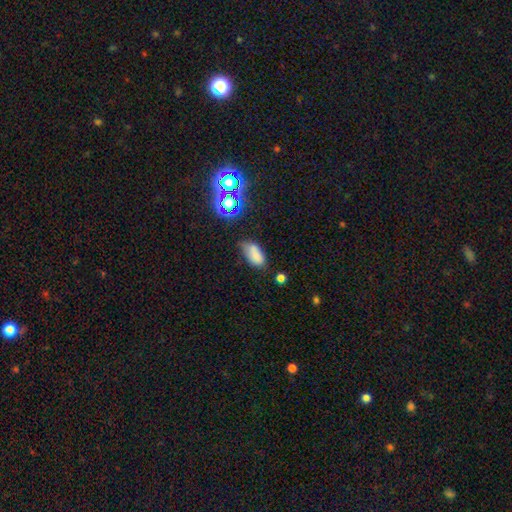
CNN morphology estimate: This is likely a smooth galaxy (77%). How rounded: clearly in between (90%). Merging: possibly none (55%).